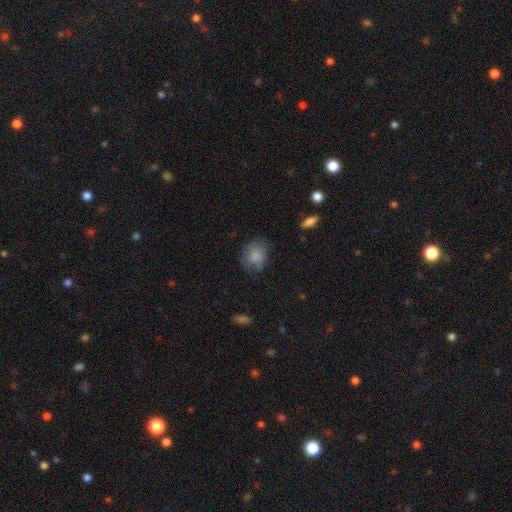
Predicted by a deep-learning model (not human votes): smooth-or-featured: smooth: 81% | featured or disk: 10% | star or artifact: 9%
  how-rounded: round: 58% | in between: 41% | cigar-shaped: 1%
  merging: none: 65% | minor disturbance: 24% | major disturbance: 9% | merger: 2%